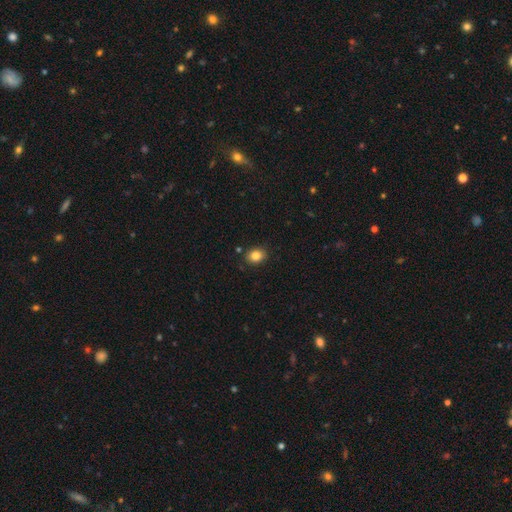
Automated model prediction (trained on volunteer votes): smooth_or_featured: smooth (p=0.84) [alt: star or artifact p=0.10]
how_rounded: round (p=0.51) [alt: in between p=0.48]
merging: none (p=0.87) [alt: minor disturbance p=0.09]